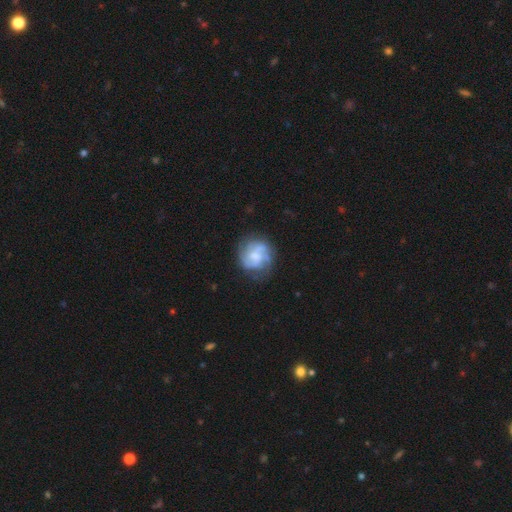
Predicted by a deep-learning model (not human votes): A featured or disk galaxy (65%) with no bar (53%), medium (41%) spiral arms (82%) and a moderate central bulge (37%).

Vote fractions:
- Smooth or featured? featured or disk: 65% / smooth: 27% / star or artifact: 7%
- Edge-on disk? no: 98% / yes: 2%
- Bar? no: 53% / weak: 39% / strong: 8%
- Spiral arms? yes: 82% / no: 18%
- Spiral winding? medium: 41% / tight: 40% / loose: 19%
- Spiral arm count? can't tell: 34% / 2: 28% / 3: 22% / 4: 7% / 1: 5% / more than 4: 4%
- Bulge size? moderate: 37% / small: 29% / none: 23% / large: 9% / dominant: 2%
- Merging? none: 66% / minor disturbance: 20% / major disturbance: 11% / merger: 2%